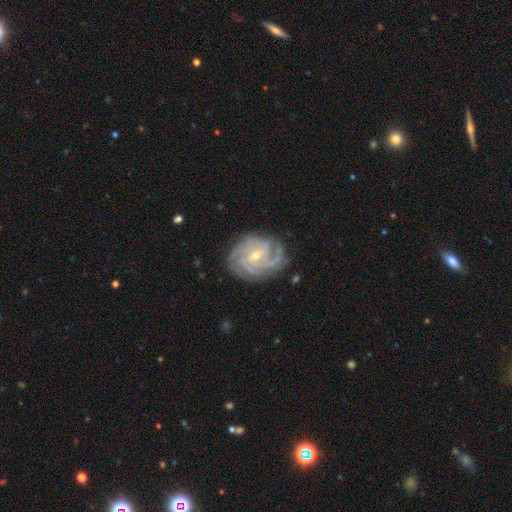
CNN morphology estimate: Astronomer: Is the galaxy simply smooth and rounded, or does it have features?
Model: featured or disk — 88%.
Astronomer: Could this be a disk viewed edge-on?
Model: no — 97%.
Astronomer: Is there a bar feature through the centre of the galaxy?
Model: no — 50% (runner-up: weak, 40%).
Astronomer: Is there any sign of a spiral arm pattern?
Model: yes — 98%.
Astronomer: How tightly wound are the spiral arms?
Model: tight — 68%.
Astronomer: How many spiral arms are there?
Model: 4 — 28% (runner-up: can't tell, 22%).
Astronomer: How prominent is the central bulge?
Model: small — 65%.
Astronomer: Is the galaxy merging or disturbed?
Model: none — 78%.